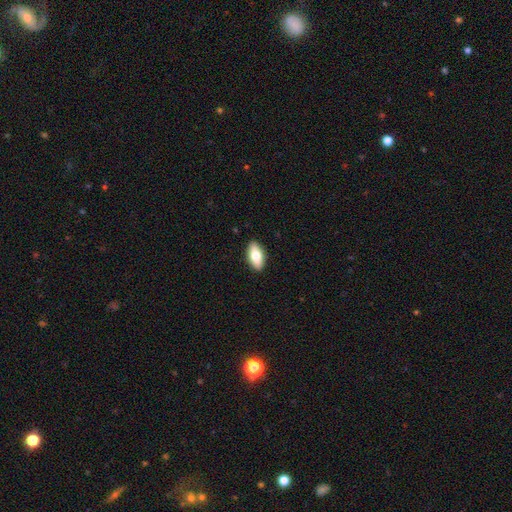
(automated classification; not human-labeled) A smooth galaxy with no disk features (72%) that is in between round and cigar-shaped (87%).

Vote fractions:
- Smooth or featured? smooth: 72% / featured or disk: 22% / star or artifact: 6%
- How rounded? in between: 87% / cigar-shaped: 10% / round: 3%
- Merging? none: 89% / minor disturbance: 8% / major disturbance: 2% / merger: 1%